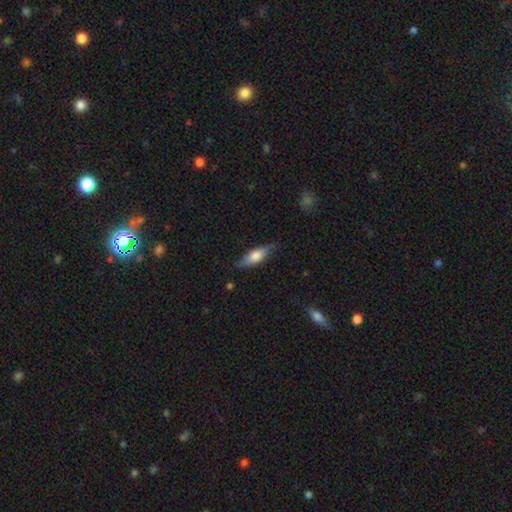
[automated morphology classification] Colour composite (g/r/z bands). It shows a smooth galaxy with no disk features (66%) that is in between round and cigar-shaped (61%). Merging: none (74%).